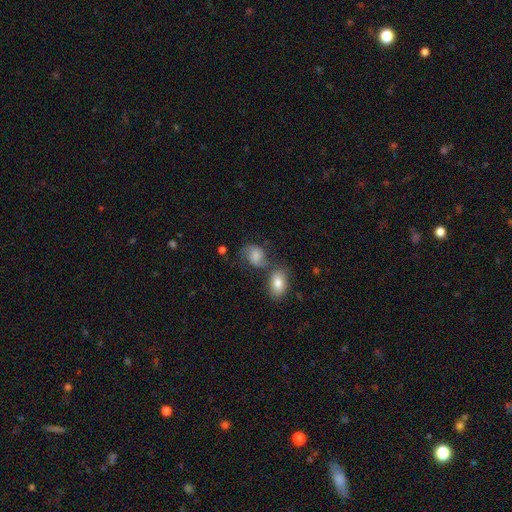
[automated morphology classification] Smooth or featured?
  - featured or disk: 52% *
  - smooth: 37%
  - star or artifact: 12%
Edge-on disk?
  - no: 97% *
  - yes: 3%
Bar?
  - no: 64% *
  - weak: 30%
  - strong: 6%
Spiral arms?
  - yes: 87% *
  - no: 13%
Bulge size?
  - moderate: 46% *
  - small: 28%
  - large: 13%
  - none: 11%
  - dominant: 3%
Merging?
  - none: 48% *
  - merger: 27%
  - minor disturbance: 17%
  - major disturbance: 9%